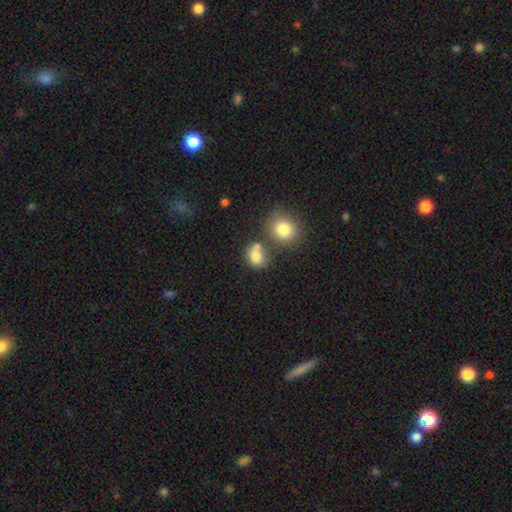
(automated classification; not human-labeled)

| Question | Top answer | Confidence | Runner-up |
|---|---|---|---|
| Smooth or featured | smooth | 78% | star or artifact (12%) |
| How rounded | round | 51% | in between (47%) |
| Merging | none | 41% | merger (36%) |